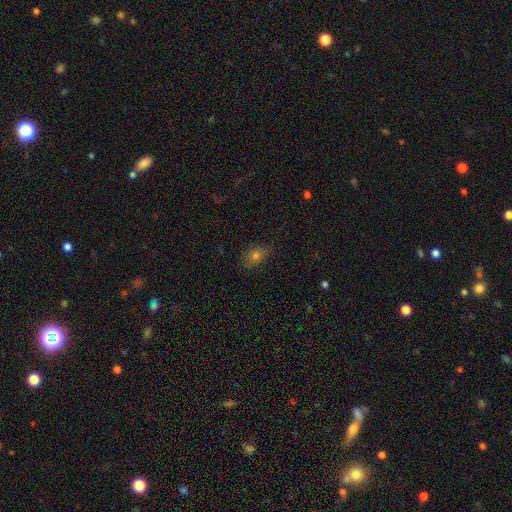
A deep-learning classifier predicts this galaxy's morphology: Overall: smooth (66%). How rounded: in between (67%; round 30%). Merging: none (75%).